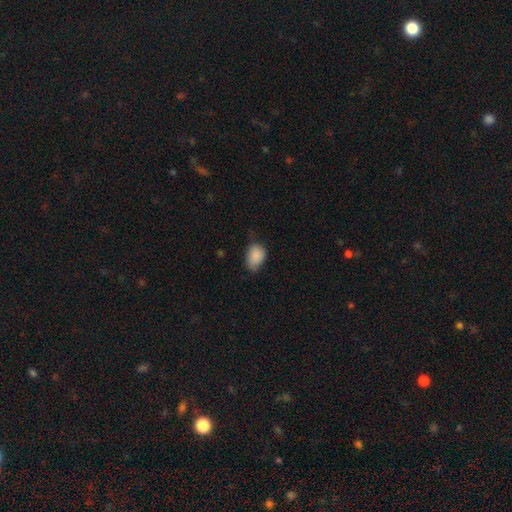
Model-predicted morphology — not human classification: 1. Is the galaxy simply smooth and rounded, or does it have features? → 87% smooth, 8% star or artifact, 5% featured or disk.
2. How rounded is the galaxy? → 80% in between, 18% round, 1% cigar-shaped.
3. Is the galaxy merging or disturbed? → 52% none, 39% minor disturbance, 7% major disturbance, 1% merger.